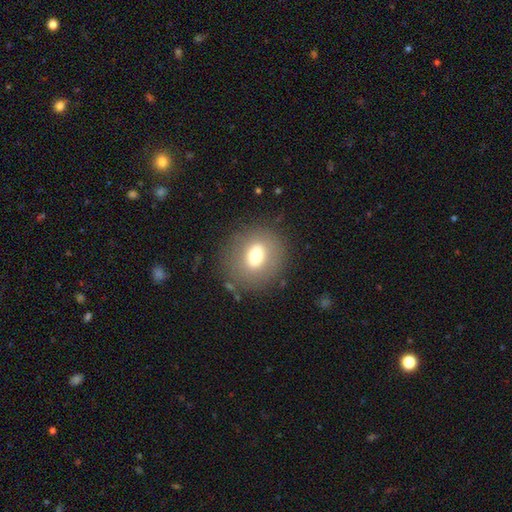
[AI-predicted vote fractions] A smooth galaxy with no disk features (66%) that is round (70%). Merging: none (82%).